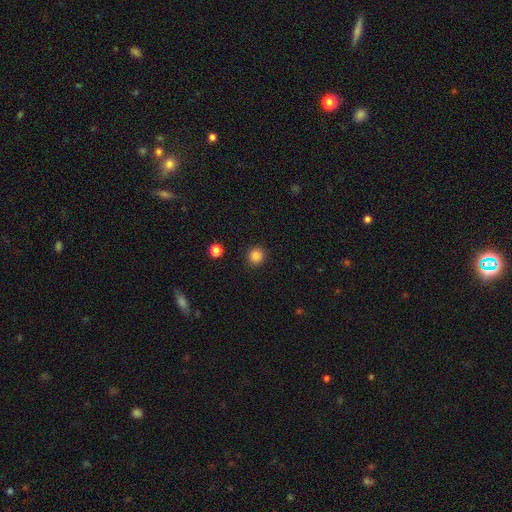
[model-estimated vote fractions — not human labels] This appears to be a smooth galaxy with no disk features (85%) that is round (92%). Merging: none (91%).